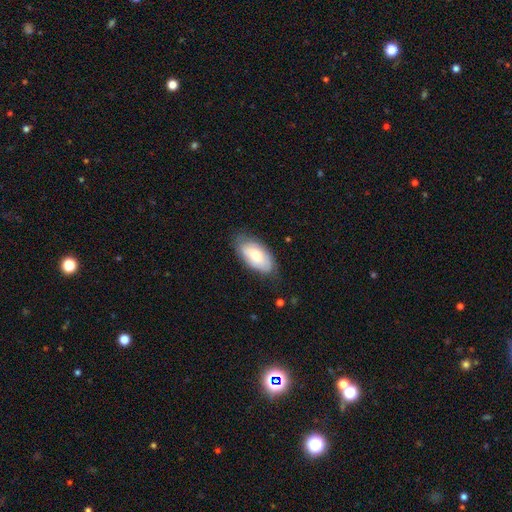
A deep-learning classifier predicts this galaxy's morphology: A smooth galaxy with no disk features (67%) that is in between round and cigar-shaped (93%).

Vote fractions:
- Smooth or featured? smooth: 67% / featured or disk: 27% / star or artifact: 6%
- How rounded? in between: 93% / cigar-shaped: 4% / round: 3%
- Merging? none: 73% / minor disturbance: 21% / major disturbance: 5% / merger: 1%